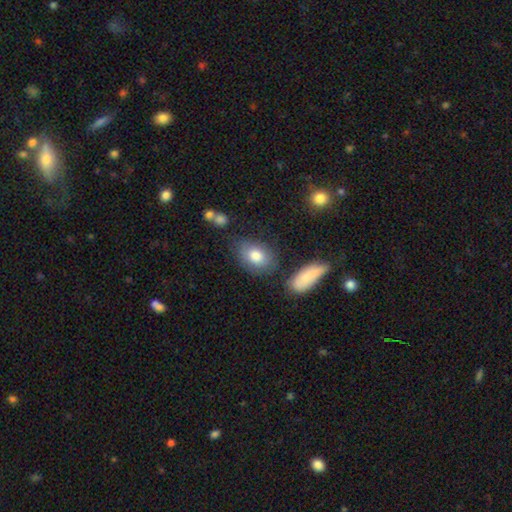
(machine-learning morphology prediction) Smooth or featured: smooth — 79% (featured or disk — 13%)
How rounded: in between — 75% (round — 23%)
Merging: none — 67% (minor disturbance — 20%)